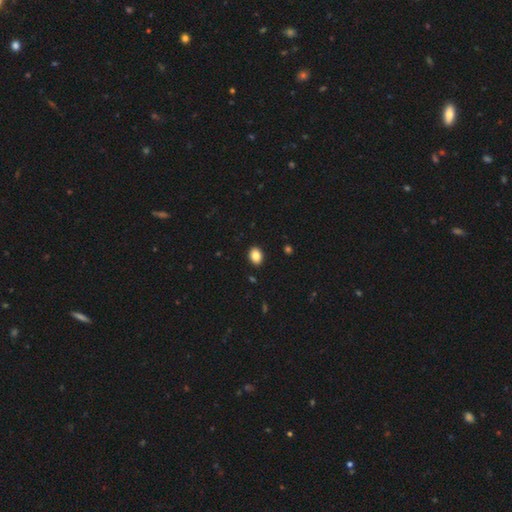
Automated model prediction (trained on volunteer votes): The model was most divided on "how rounded": in between: 66%, round: 33%, cigar-shaped: 1%. More confident: merging — none (91%); smooth or featured — smooth (86%).